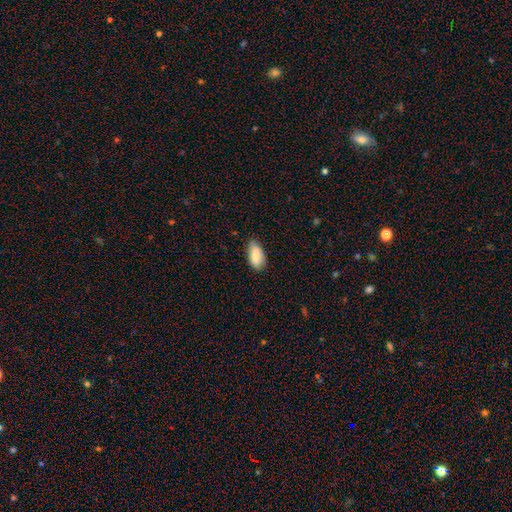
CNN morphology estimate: A smooth galaxy with no disk features (86%) that is in between round and cigar-shaped (91%). Merging: none (75%).